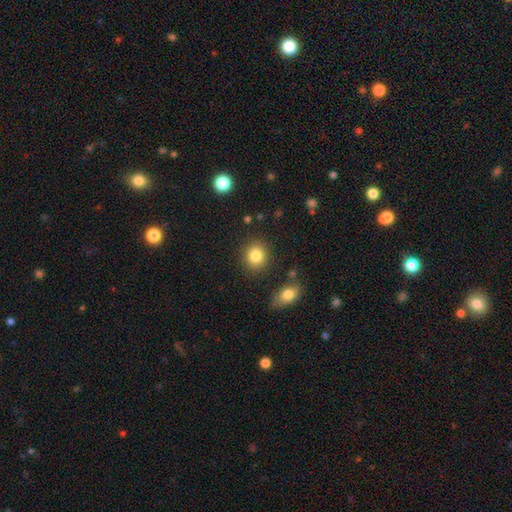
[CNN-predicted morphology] Smooth or featured?
  - smooth: 84% *
  - star or artifact: 9%
  - featured or disk: 7%
How rounded?
  - round: 78% *
  - in between: 21%
  - cigar-shaped: 1%
Merging?
  - none: 87% *
  - minor disturbance: 8%
  - merger: 3%
  - major disturbance: 3%